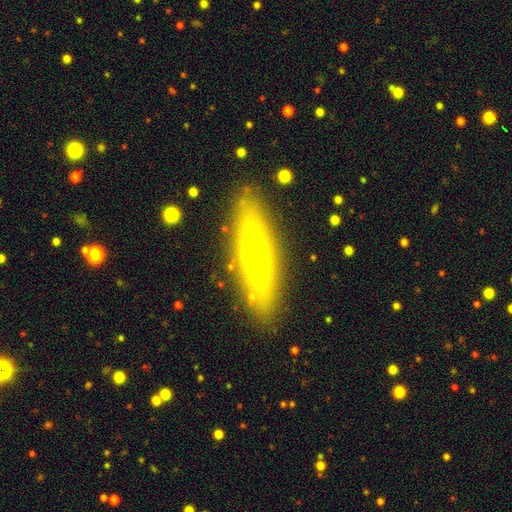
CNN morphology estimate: smooth 54%, featured or disk 39%, star or artifact 8%. Down the decision tree: how rounded — cigar-shaped (71%); merging — none (86%).